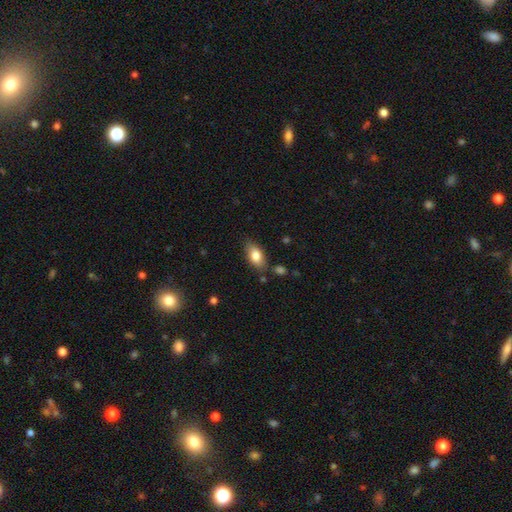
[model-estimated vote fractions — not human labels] Overall: smooth (80%). How rounded: in between (89%). Merging: none (77%).